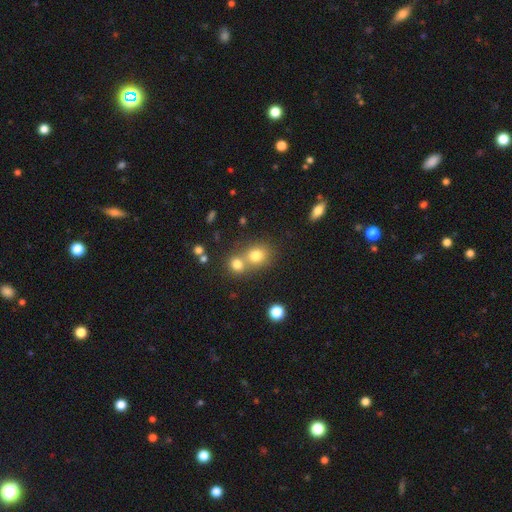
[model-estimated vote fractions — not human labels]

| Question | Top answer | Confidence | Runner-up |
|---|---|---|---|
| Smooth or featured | smooth | 77% | star or artifact (13%) |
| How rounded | round | 71% | in between (28%) |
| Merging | merger | 46% | none (44%) |